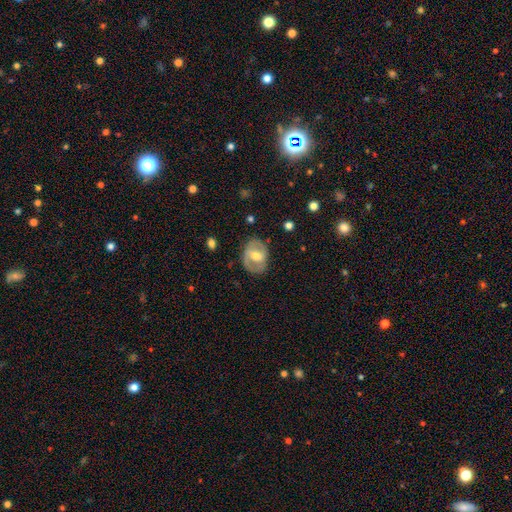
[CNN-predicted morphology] Q: Smooth or featured?
A: featured or disk (59%); runner-up: smooth (35%)
Q: Edge-on disk?
A: no (95%); runner-up: yes (5%)
Q: Bar?
A: weak (43%); runner-up: no (31%)
Q: Spiral arms?
A: yes (51%); runner-up: no (49%)
Q: Bulge size?
A: moderate (67%); runner-up: small (24%)
Q: Merging?
A: none (74%); runner-up: minor disturbance (18%)